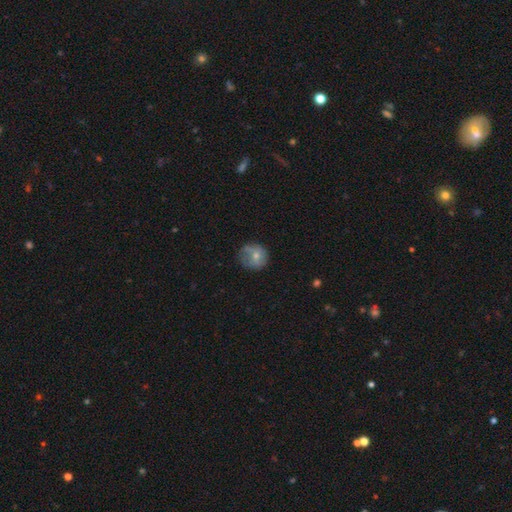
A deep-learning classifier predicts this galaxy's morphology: Q: Smooth or featured?
A: smooth (62%); runner-up: featured or disk (29%)
Q: How rounded?
A: round (80%); runner-up: in between (19%)
Q: Merging?
A: none (54%); runner-up: minor disturbance (28%)